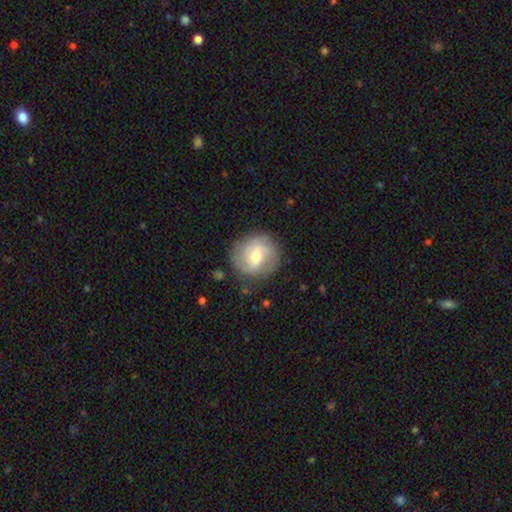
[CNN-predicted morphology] A featured or disk galaxy (68%) with no bar (45%), 2 (48%) tight (45%) spiral arms (89%) and a moderate central bulge (62%). Merging: none (81%).